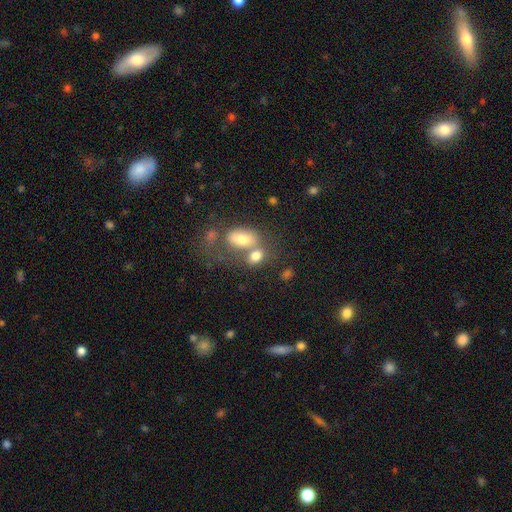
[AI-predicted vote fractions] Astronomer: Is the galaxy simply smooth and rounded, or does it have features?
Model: smooth — 75%.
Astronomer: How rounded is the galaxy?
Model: in between — 81%.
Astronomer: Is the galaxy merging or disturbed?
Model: merger — 51% (runner-up: none, 31%).